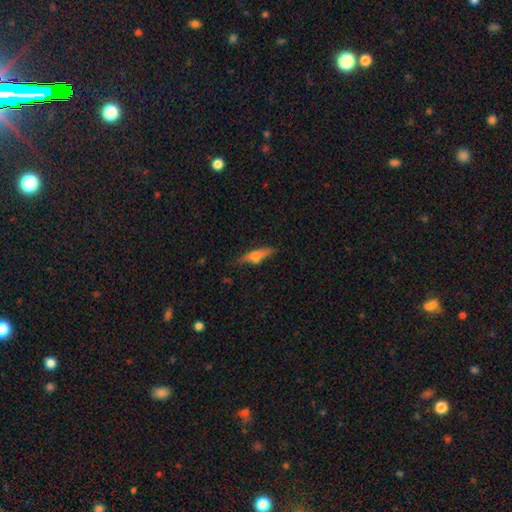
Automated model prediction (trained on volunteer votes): This is possibly a smooth galaxy (57%). How rounded: likely cigar-shaped (64%). Merging: likely none (70%).